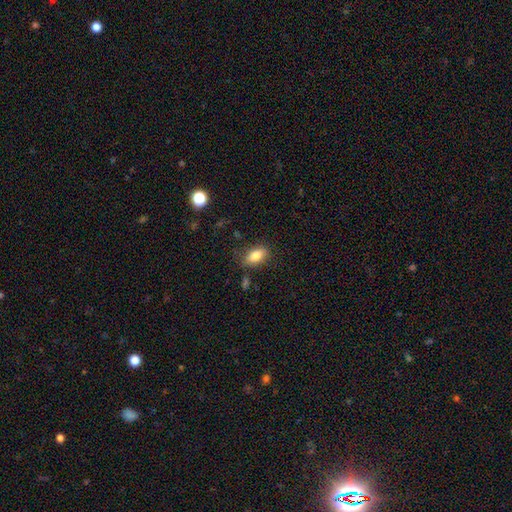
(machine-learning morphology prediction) Overall: smooth (82%). How rounded: in between (88%). Merging: none (78%).